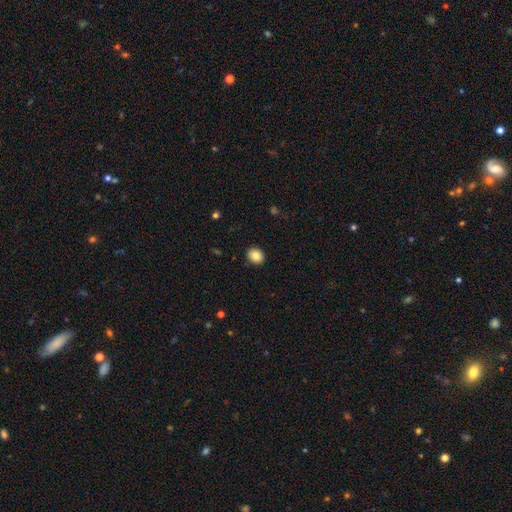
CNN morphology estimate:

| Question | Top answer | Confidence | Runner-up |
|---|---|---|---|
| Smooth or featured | smooth | 83% | star or artifact (9%) |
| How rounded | round | 61% | in between (38%) |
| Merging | none | 90% | minor disturbance (7%) |